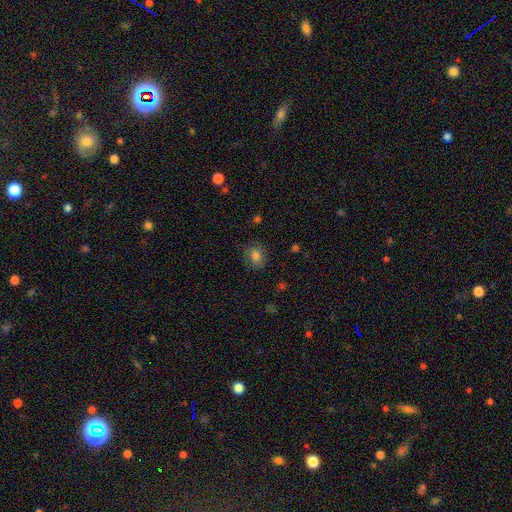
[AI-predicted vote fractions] Smooth or featured?
  - smooth: 78% *
  - star or artifact: 11%
  - featured or disk: 11%
How rounded?
  - round: 70% *
  - in between: 29%
  - cigar-shaped: 1%
Merging?
  - none: 81% *
  - minor disturbance: 14%
  - major disturbance: 4%
  - merger: 1%